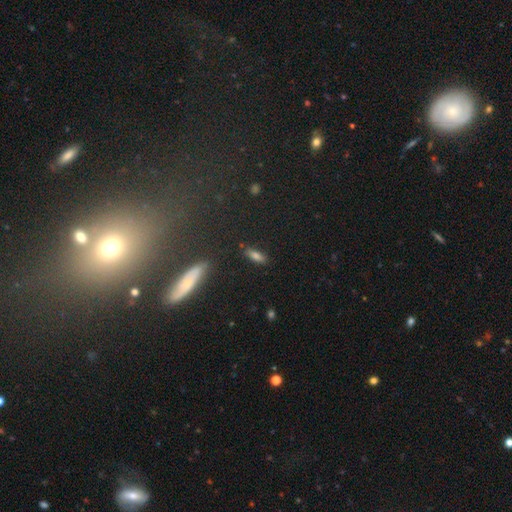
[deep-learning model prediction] This appears to be a smooth galaxy with no disk features (74%) that is in between round and cigar-shaped (58%). Merging: none (83%).